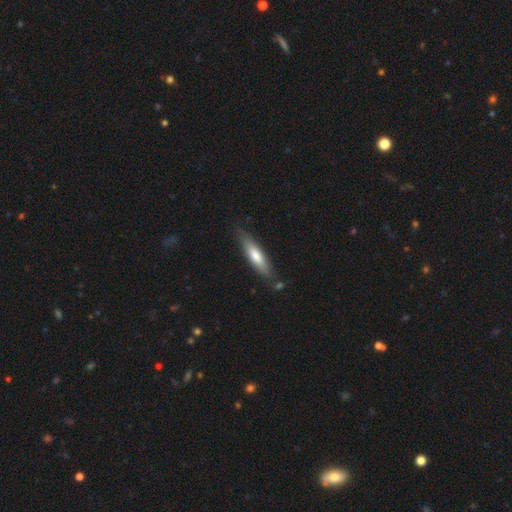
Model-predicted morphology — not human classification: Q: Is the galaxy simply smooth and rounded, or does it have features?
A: smooth — 67%.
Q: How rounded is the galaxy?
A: cigar-shaped — 74%.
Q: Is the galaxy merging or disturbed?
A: none — 79%.